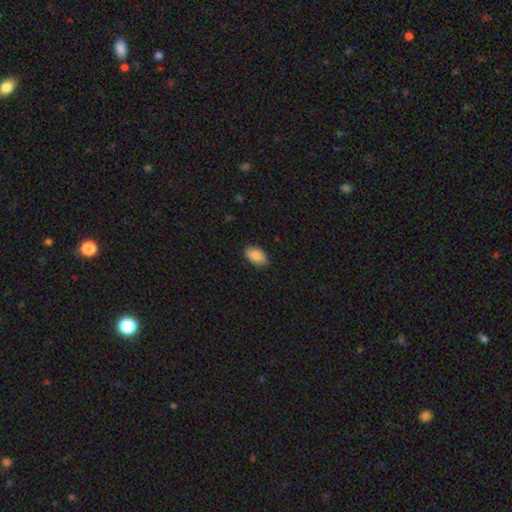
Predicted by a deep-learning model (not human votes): Smooth or featured?
  - smooth: 88% *
  - star or artifact: 7%
  - featured or disk: 5%
How rounded?
  - in between: 93% *
  - round: 5%
  - cigar-shaped: 2%
Merging?
  - none: 83% *
  - minor disturbance: 13%
  - major disturbance: 2%
  - merger: 1%